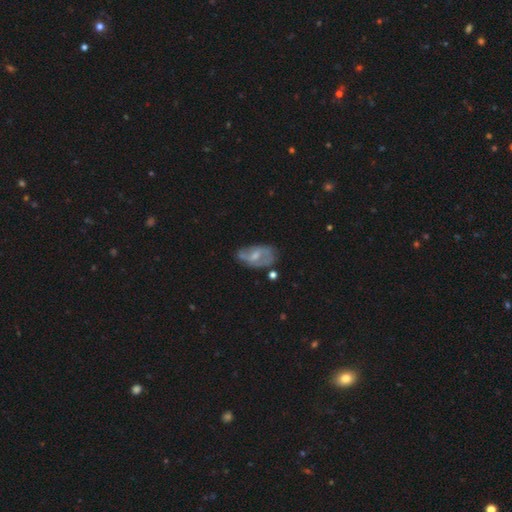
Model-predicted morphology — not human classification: smooth-or-featured: featured or disk: 55% | smooth: 37% | star or artifact: 8%
  disk-edge-on: no: 93% | yes: 7%
    bar: weak: 45% | no: 44% | strong: 12%
    has-spiral-arms: yes: 56% | no: 44%
    bulge-size: moderate: 41% | small: 40% | none: 14% | large: 3% | dominant: 1%
  merging: none: 48% | minor disturbance: 30% | major disturbance: 16% | merger: 7%